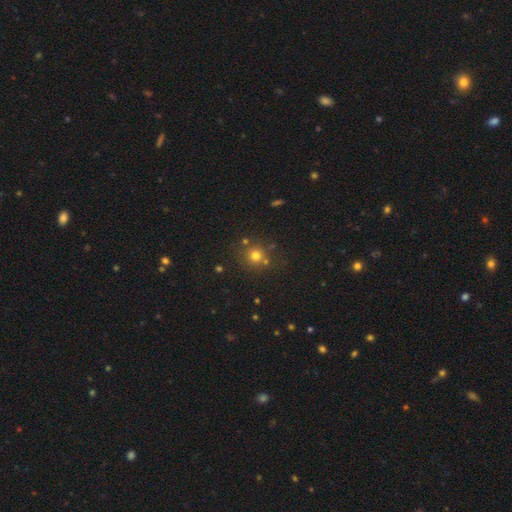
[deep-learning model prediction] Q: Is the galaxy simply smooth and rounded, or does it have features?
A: smooth — 73%.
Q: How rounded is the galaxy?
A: round — 92%.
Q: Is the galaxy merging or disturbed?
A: none — 76%.